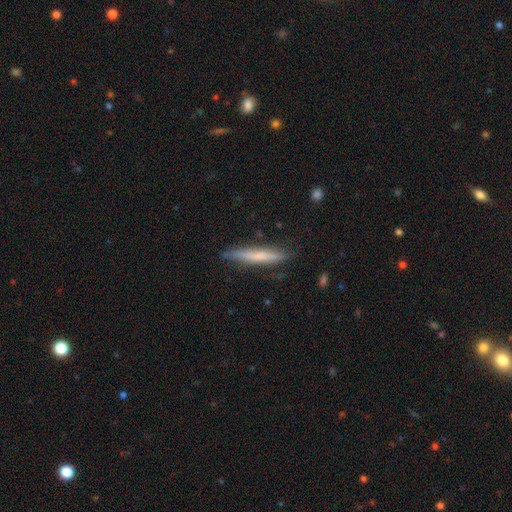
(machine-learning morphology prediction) Smooth or featured? Predicted: smooth (p=0.62). How rounded? Predicted: cigar-shaped (p=0.94). Merging? Predicted: none (p=0.81).